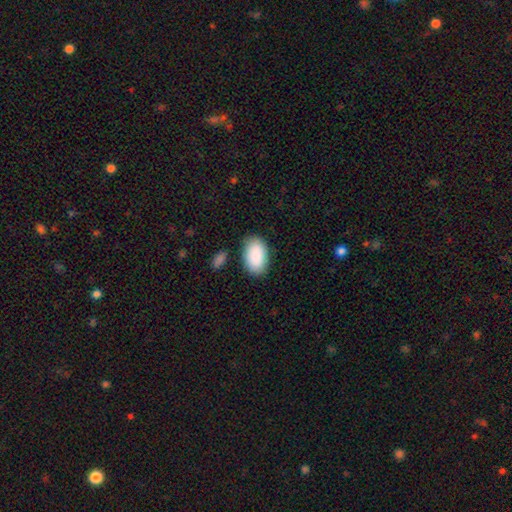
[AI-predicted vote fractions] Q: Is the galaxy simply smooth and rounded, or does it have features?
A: smooth — 89%.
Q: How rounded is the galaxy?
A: in between — 94%.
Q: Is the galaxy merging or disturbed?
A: none — 82%.